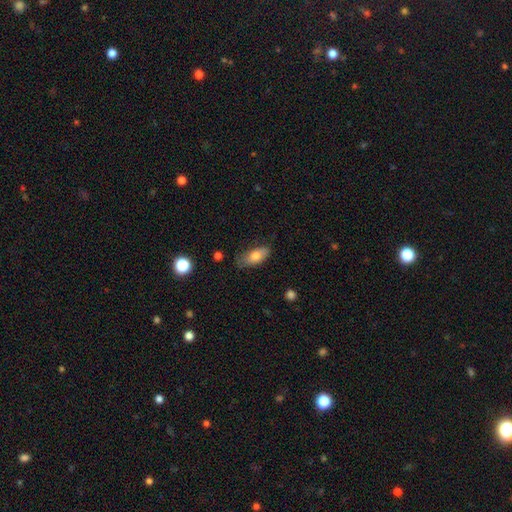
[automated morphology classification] This appears to be a smooth galaxy with no disk features (76%) that is in between round and cigar-shaped (86%). Merging: none (68%).